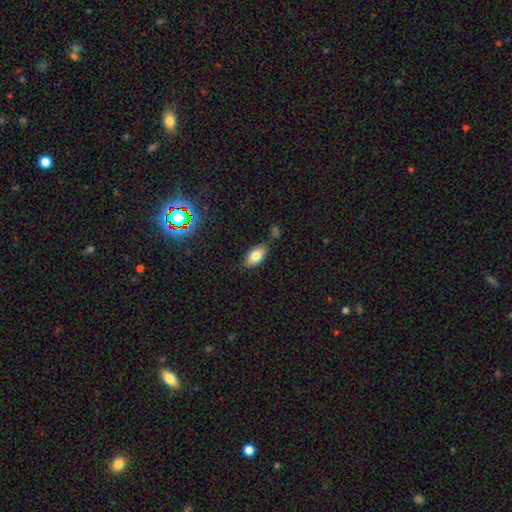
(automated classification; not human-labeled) This is likely a smooth galaxy (75%). How rounded: clearly in between (89%). Merging: likely none (77%).